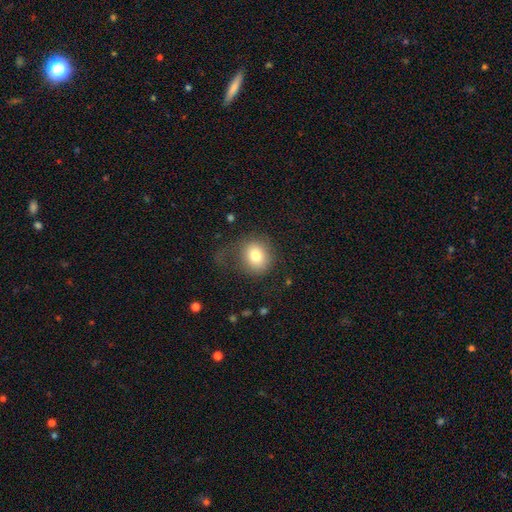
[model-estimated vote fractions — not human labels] This is likely a smooth galaxy (77%). How rounded: likely round (72%). Merging: possibly none (58%).